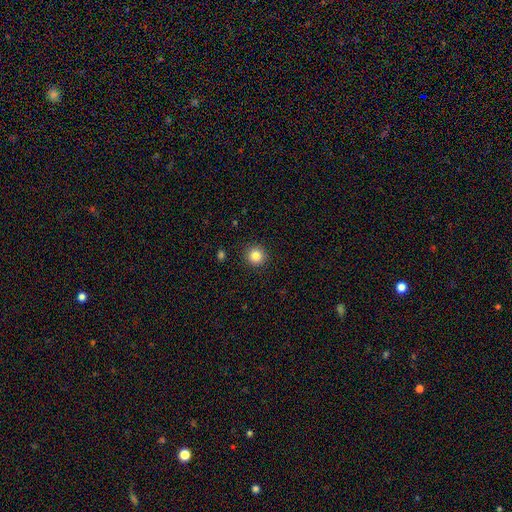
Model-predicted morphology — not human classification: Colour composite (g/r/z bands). It shows a smooth galaxy with no disk features (84%) that is round (94%). Merging: none (92%).